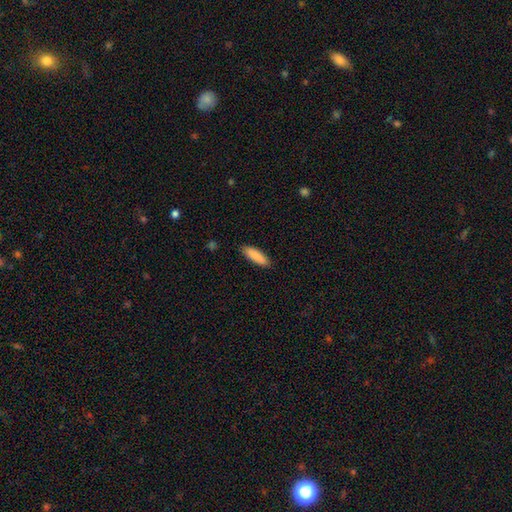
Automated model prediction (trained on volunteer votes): smooth-or-featured: smooth: 89% | star or artifact: 6% | featured or disk: 5%
  how-rounded: cigar-shaped: 50% | in between: 49% | round: 1%
  merging: none: 87% | minor disturbance: 10% | major disturbance: 2% | merger: 1%